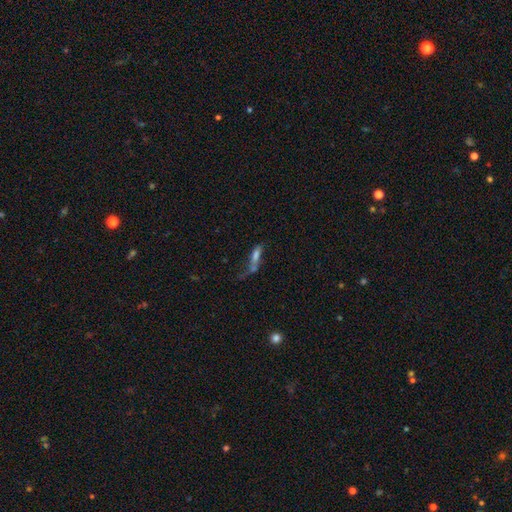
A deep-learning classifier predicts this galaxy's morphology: A smooth galaxy with no disk features (53%) that is cigar-shaped (54%).

Vote fractions:
- Smooth or featured? smooth: 53% / featured or disk: 30% / star or artifact: 18%
- How rounded? cigar-shaped: 54% / in between: 41% / round: 5%
- Merging? merger: 33% / none: 29% / major disturbance: 23% / minor disturbance: 16%